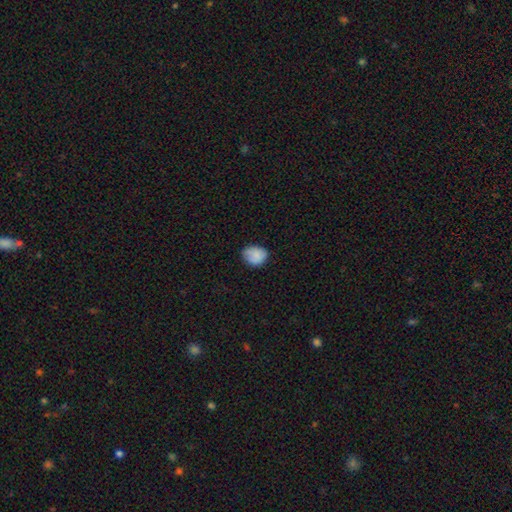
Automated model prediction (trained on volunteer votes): smooth 85%, star or artifact 8%, featured or disk 7%. Down the decision tree: how rounded — in between (50%); merging — none (70%).